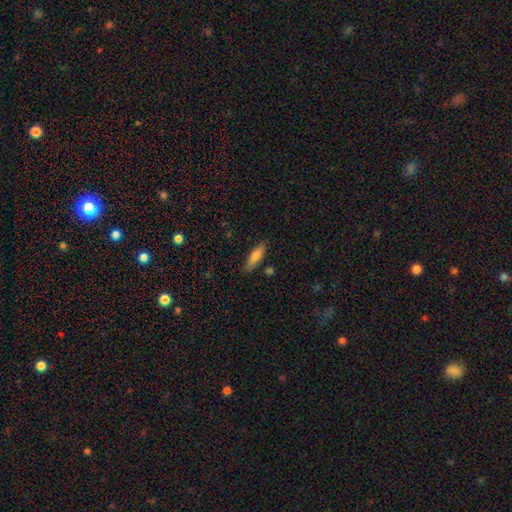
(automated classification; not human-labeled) smooth_or_featured: smooth (p=0.82) [alt: featured or disk p=0.12]
how_rounded: cigar-shaped (p=0.54) [alt: in between p=0.45]
merging: none (p=0.82) [alt: minor disturbance p=0.13]